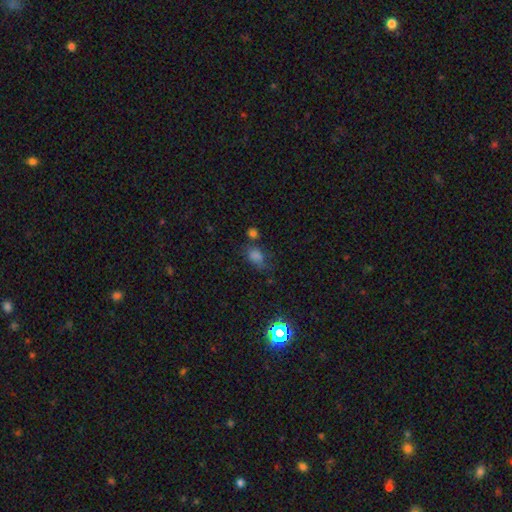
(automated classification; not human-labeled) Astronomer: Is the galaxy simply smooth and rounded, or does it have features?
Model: smooth — 63%.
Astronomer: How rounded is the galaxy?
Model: in between — 65%.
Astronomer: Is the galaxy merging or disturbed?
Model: none — 49% (runner-up: minor disturbance, 24%).